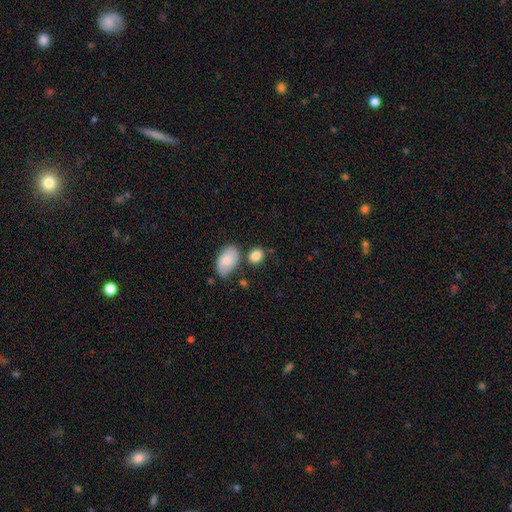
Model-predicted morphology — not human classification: A smooth galaxy with no disk features (85%) that is in between round and cigar-shaped (57%).

Vote fractions:
- Smooth or featured? smooth: 85% / star or artifact: 8% / featured or disk: 6%
- How rounded? in between: 57% / round: 41% / cigar-shaped: 2%
- Merging? none: 66% / minor disturbance: 16% / merger: 14% / major disturbance: 5%